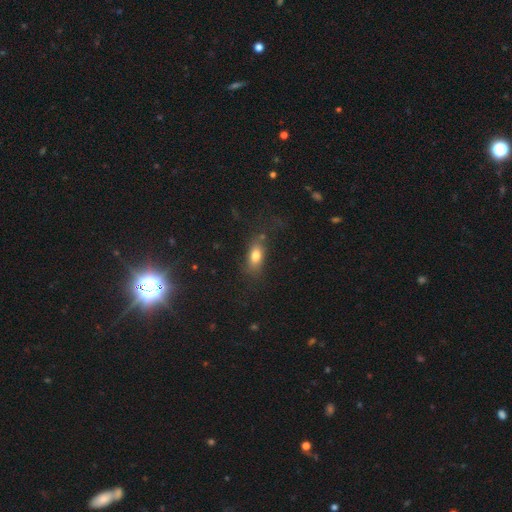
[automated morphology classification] type=smooth (77%); roundness=in between (82%); merging=none (64%).